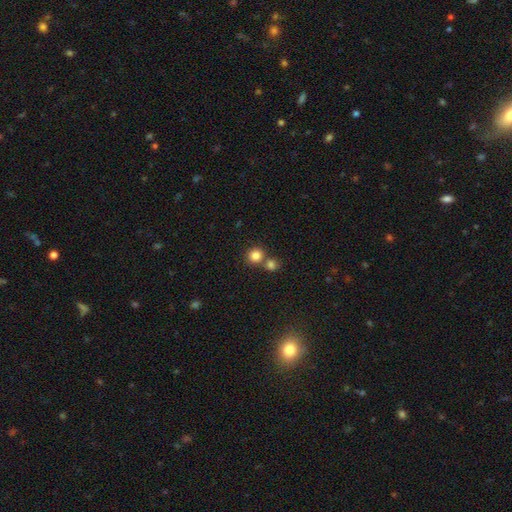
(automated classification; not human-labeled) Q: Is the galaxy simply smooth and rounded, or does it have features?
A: smooth — 83%.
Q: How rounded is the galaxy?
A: round — 89%.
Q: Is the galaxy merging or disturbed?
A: none — 61%.